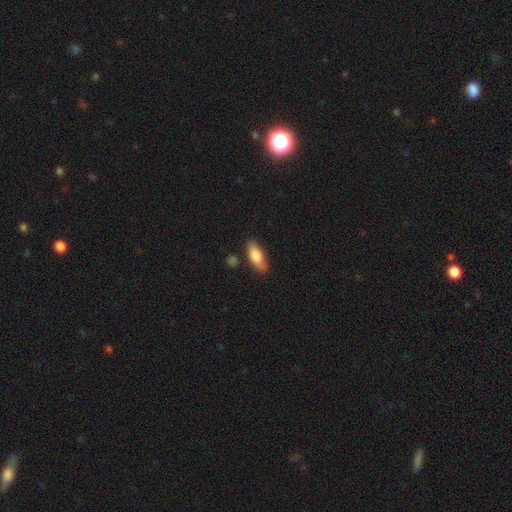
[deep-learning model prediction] This appears to be a smooth galaxy with no disk features (80%) that is in between round and cigar-shaped (74%). Merging: none (74%).